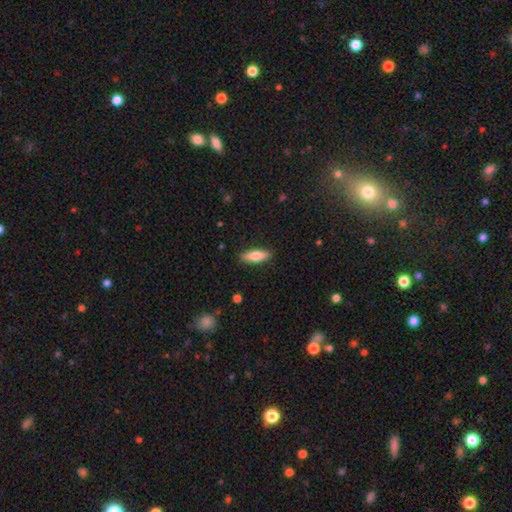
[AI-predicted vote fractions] Smooth or featured?
  - smooth: 74% *
  - featured or disk: 20%
  - star or artifact: 6%
How rounded?
  - in between: 54% *
  - cigar-shaped: 44%
  - round: 2%
Merging?
  - none: 88% *
  - minor disturbance: 9%
  - major disturbance: 2%
  - merger: 1%